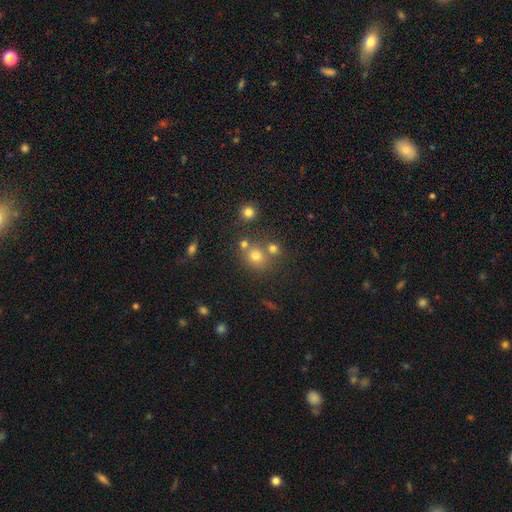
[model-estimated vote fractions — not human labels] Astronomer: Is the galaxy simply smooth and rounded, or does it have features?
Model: smooth — 67%.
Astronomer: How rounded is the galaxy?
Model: round — 76%.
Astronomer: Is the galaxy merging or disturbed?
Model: none — 60%.